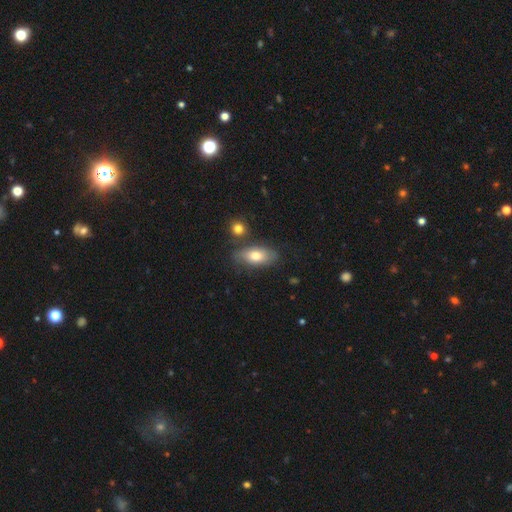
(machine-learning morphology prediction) This is likely a smooth galaxy (71%). How rounded: clearly in between (86%). Merging: likely none (69%).